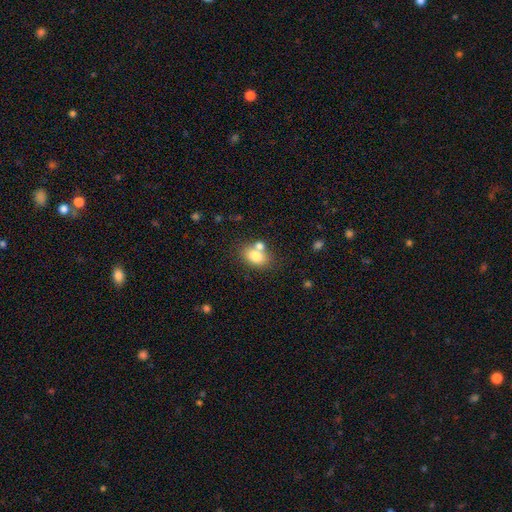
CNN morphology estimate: Smooth or featured: smooth — 78% (featured or disk — 12%)
How rounded: in between — 75% (round — 24%)
Merging: none — 57% (merger — 26%)